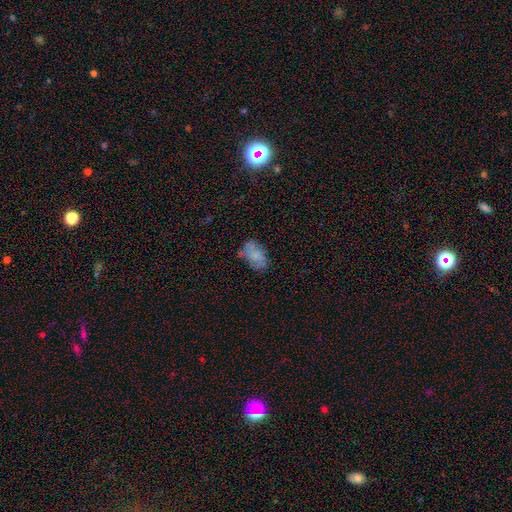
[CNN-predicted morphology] A smooth galaxy with no disk features (65%) that is in between round and cigar-shaped (88%). Merging: none (58%).